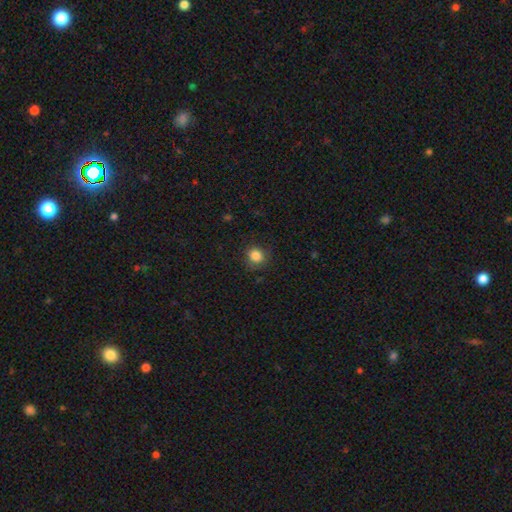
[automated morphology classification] Q: Smooth or featured?
A: smooth (85%); runner-up: star or artifact (11%)
Q: How rounded?
A: round (85%); runner-up: in between (14%)
Q: Merging?
A: none (84%); runner-up: minor disturbance (12%)